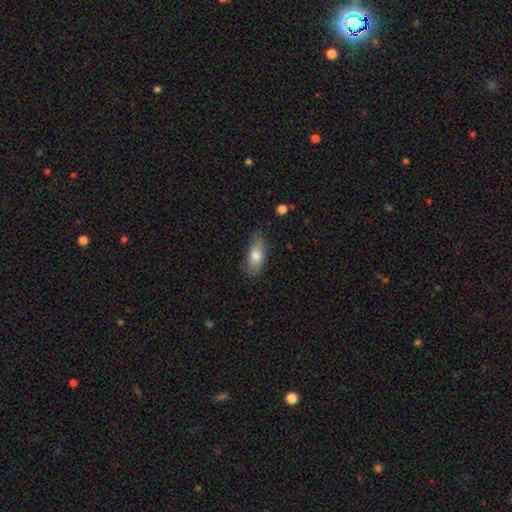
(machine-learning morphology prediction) The model was most divided on "merging": none: 75%, minor disturbance: 20%, major disturbance: 4%, merger: 2%. More confident: how rounded — in between (81%); smooth or featured — smooth (78%).